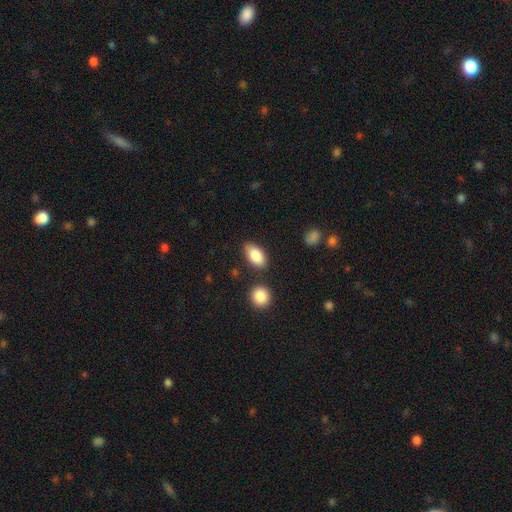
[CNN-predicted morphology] smooth_or_featured: smooth (p=0.86) [alt: featured or disk p=0.07]
how_rounded: in between (p=0.92) [alt: round p=0.05]
merging: none (p=0.79) [alt: minor disturbance p=0.12]